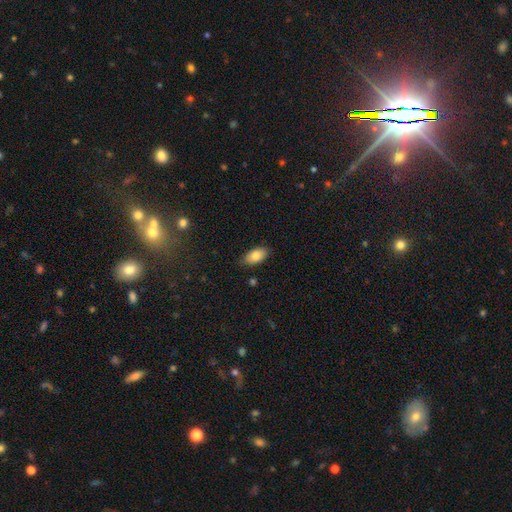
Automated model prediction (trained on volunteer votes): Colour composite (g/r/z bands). It shows a smooth galaxy with no disk features (83%) that is in between round and cigar-shaped (92%). Merging: none (82%).